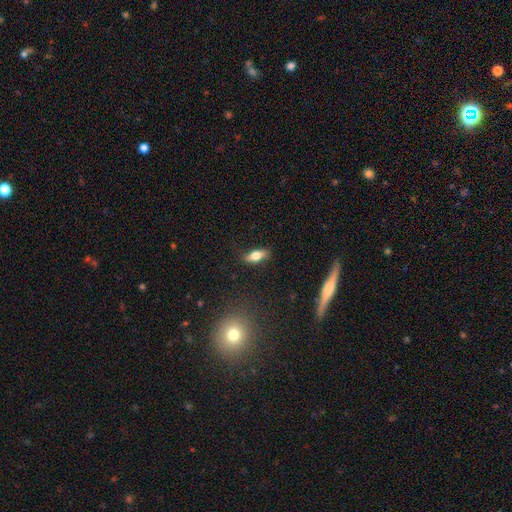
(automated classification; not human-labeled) Morphology: type=smooth (70%); roundness=in between (74%); merging=none (84%).